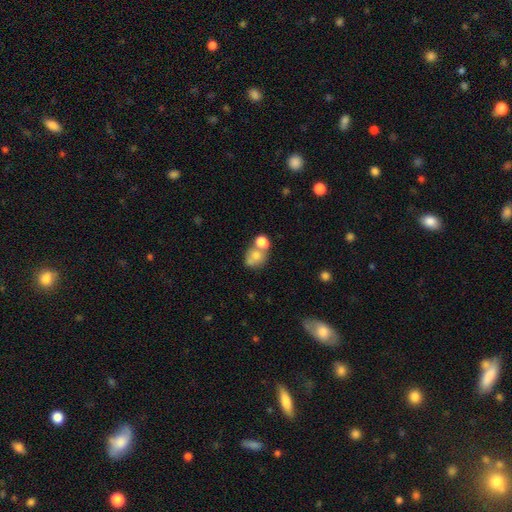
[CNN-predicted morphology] smooth_or_featured: smooth (p=0.70) [alt: featured or disk p=0.19]
how_rounded: round (p=0.56) [alt: in between p=0.43]
merging: merger (p=0.53) [alt: none p=0.30]